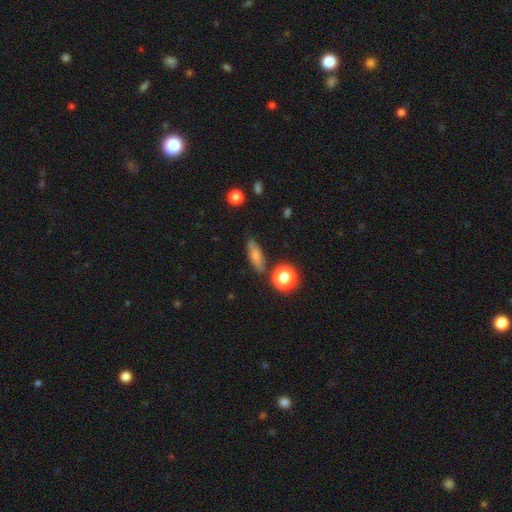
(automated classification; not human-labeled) smooth_or_featured: smooth (p=0.71) [alt: featured or disk p=0.18]
how_rounded: in between (p=0.47) [alt: cigar-shaped p=0.43]
merging: none (p=0.79) [alt: minor disturbance p=0.13]